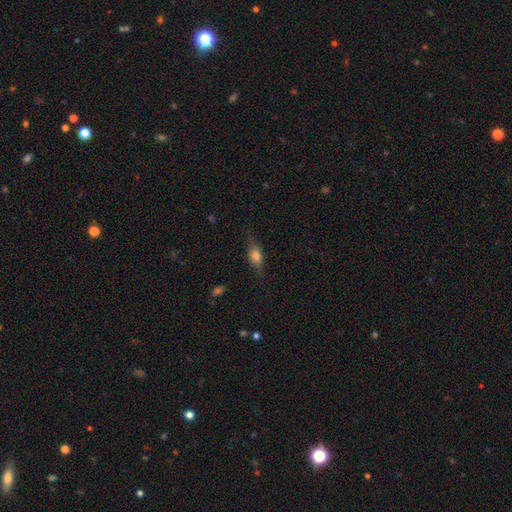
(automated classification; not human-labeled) Morphology: type=smooth (65%); roundness=in between (73%); merging=none (70%).